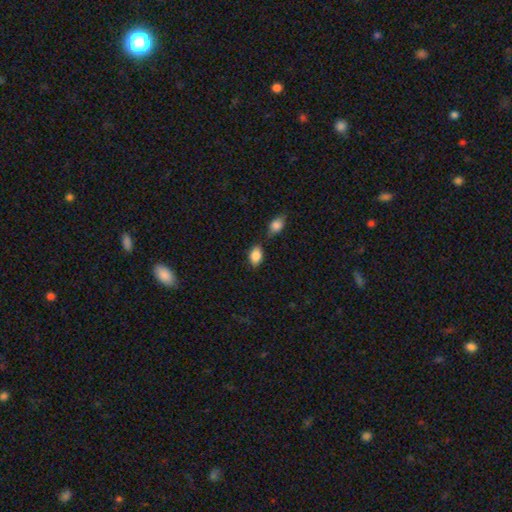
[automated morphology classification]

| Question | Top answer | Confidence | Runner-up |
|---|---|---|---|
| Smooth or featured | smooth | 87% | star or artifact (8%) |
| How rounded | in between | 87% | round (12%) |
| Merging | none | 67% | minor disturbance (16%) |